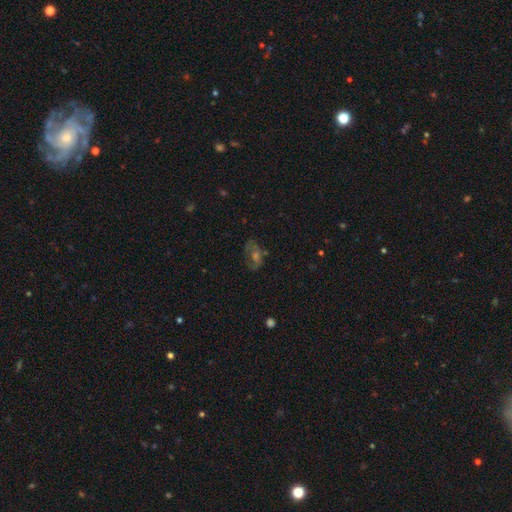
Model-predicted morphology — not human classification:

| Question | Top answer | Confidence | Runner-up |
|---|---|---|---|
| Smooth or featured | featured or disk | 46% | smooth (29%) |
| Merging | none | 65% | minor disturbance (19%) |